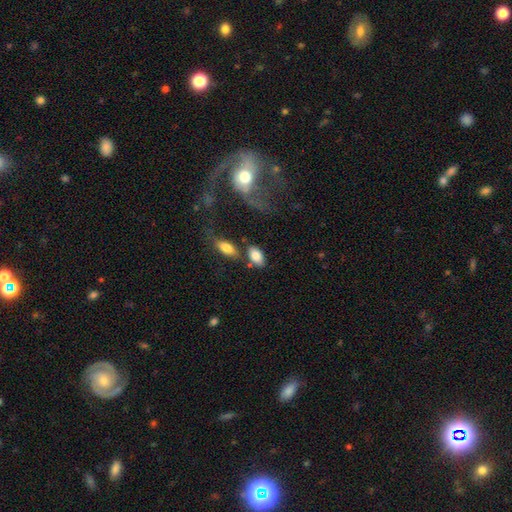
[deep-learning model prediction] A smooth galaxy with no disk features (81%) that is in between round and cigar-shaped (91%). Merging: none (64%).